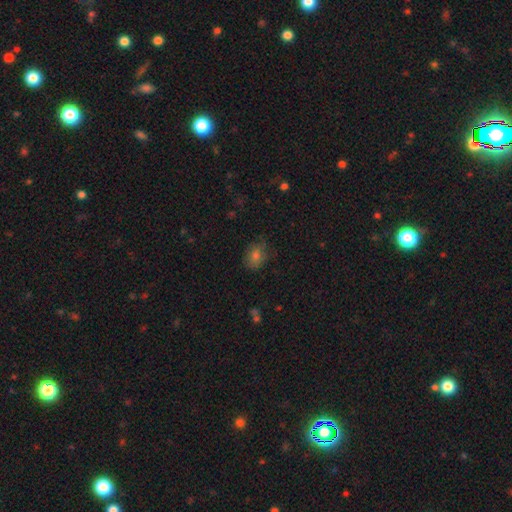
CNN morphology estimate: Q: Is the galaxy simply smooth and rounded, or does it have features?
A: smooth — 72%.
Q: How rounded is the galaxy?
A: in between — 64%.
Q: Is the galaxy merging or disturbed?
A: none — 71%.